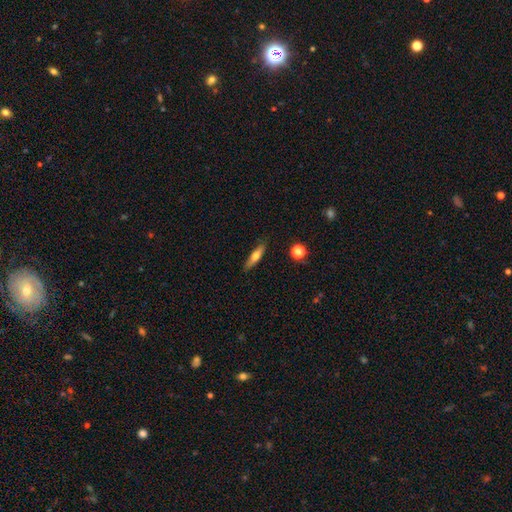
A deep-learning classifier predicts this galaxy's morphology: Overall: smooth (60%; featured or disk 33%). How rounded: cigar-shaped (75%). Merging: none (86%).